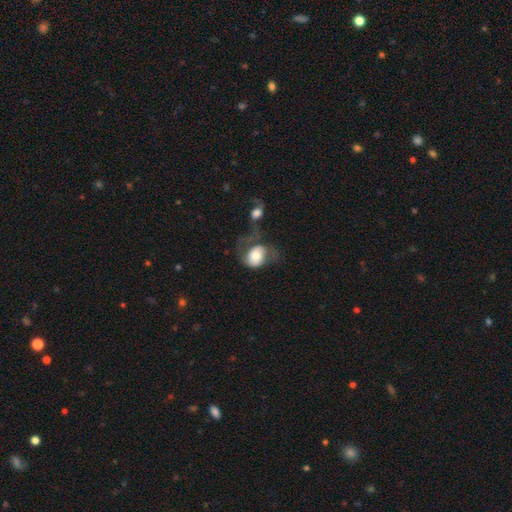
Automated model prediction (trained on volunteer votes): The model was most divided on "how rounded": in between: 53%, round: 46%, cigar-shaped: 1%. Remaining: smooth or featured — smooth (63%); merging — major disturbance (40%).